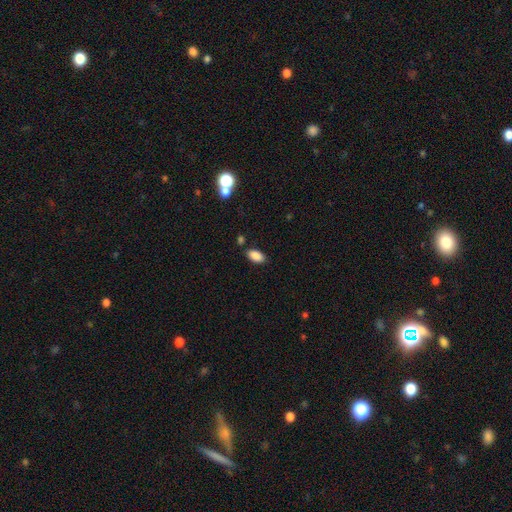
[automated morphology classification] type=smooth (88%); roundness=in between (93%); merging=none (81%).